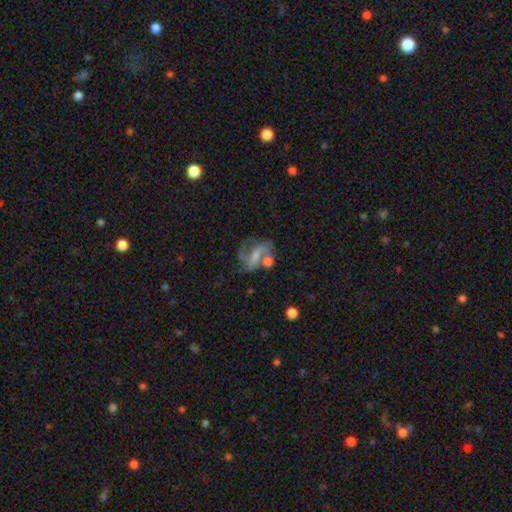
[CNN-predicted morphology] Q: Smooth or featured?
A: featured or disk (66%); runner-up: smooth (24%)
Q: Edge-on disk?
A: no (96%); runner-up: yes (4%)
Q: Bar?
A: weak (43%); runner-up: no (32%)
Q: Spiral arms?
A: yes (78%); runner-up: no (22%)
Q: Bulge size?
A: moderate (39%); tied with: small (39%)
Q: Merging?
A: none (42%); runner-up: merger (22%)